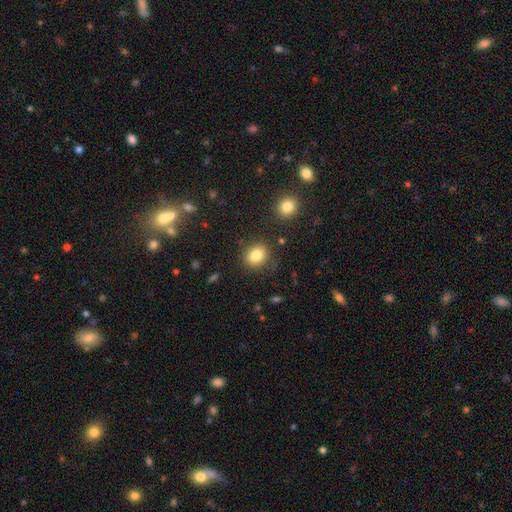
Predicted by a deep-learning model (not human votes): smooth-or-featured: smooth: 82% | star or artifact: 10% | featured or disk: 7%
  how-rounded: round: 64% | in between: 35% | cigar-shaped: 1%
  merging: none: 84% | minor disturbance: 10% | major disturbance: 3% | merger: 3%